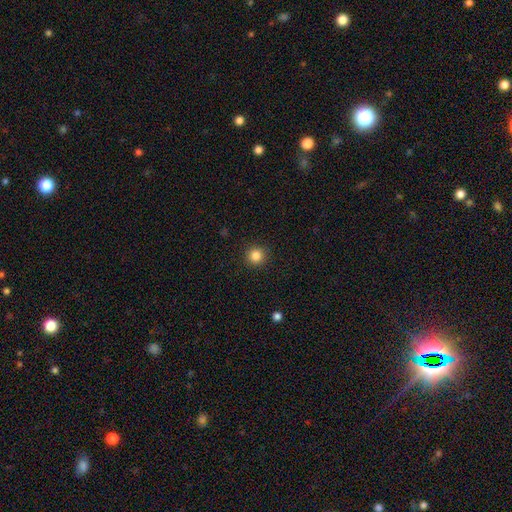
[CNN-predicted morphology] Smooth or featured? Predicted: smooth (p=0.84). How rounded? Predicted: round (p=0.95). Merging? Predicted: none (p=0.92).